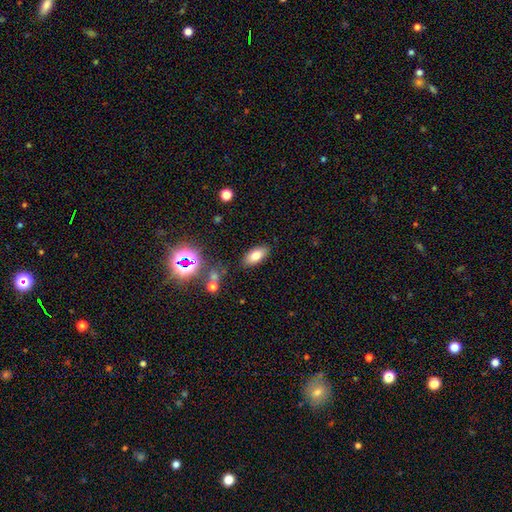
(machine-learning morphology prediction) type=smooth (75%); roundness=in between (88%); merging=none (85%).